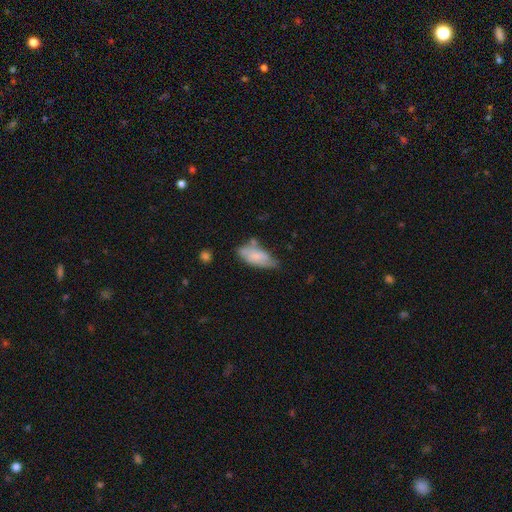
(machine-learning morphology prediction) Overall: smooth (71%). How rounded: in between (84%). Merging: none (45%; minor disturbance 34%).